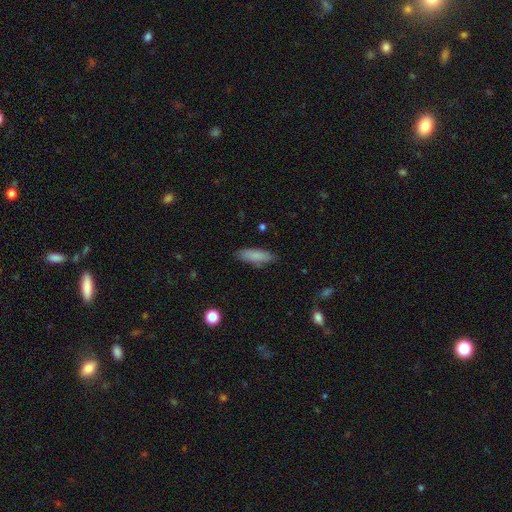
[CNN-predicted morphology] smooth_or_featured: smooth (p=0.85) [alt: featured or disk p=0.09]
how_rounded: cigar-shaped (p=0.51) [alt: in between p=0.47]
merging: none (p=0.83) [alt: minor disturbance p=0.13]